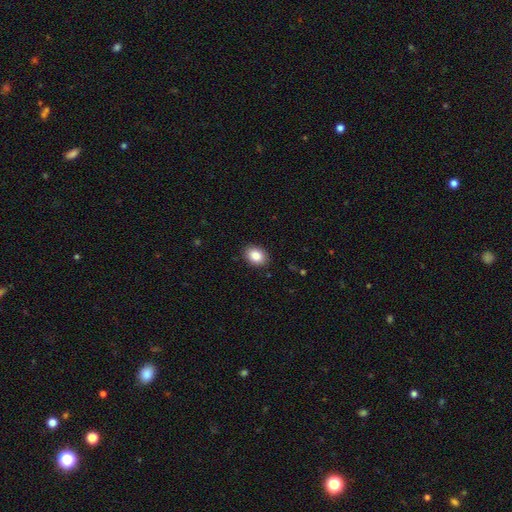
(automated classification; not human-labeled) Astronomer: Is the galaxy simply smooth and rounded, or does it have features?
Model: smooth — 87%.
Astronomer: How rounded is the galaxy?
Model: in between — 68%.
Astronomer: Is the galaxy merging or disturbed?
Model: none — 88%.